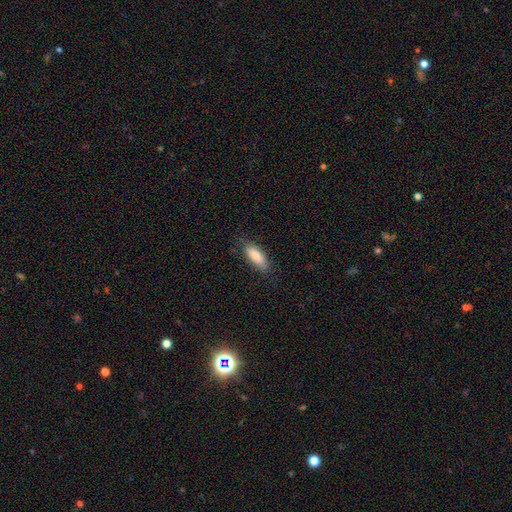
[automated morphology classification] This is clearly a smooth galaxy (85%). How rounded: likely in between (67%). Merging: likely none (80%).